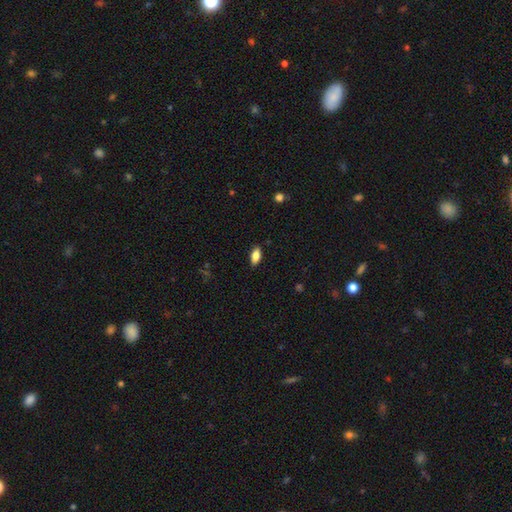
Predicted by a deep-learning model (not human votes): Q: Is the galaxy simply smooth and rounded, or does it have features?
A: smooth — 81%.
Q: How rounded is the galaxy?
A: in between — 86%.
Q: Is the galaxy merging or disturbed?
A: none — 87%.